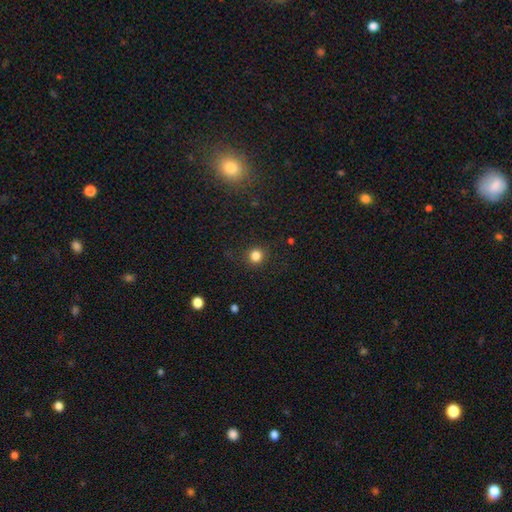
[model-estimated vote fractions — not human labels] smooth-or-featured: smooth: 83% | star or artifact: 13% | featured or disk: 4%
  how-rounded: round: 91% | in between: 8% | cigar-shaped: 1%
  merging: none: 88% | minor disturbance: 8% | major disturbance: 3% | merger: 1%